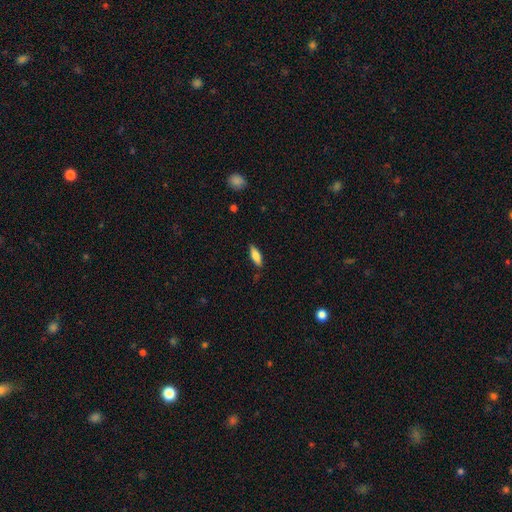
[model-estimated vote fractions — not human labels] Morphology: type=smooth (68%); roundness=in between (55%); merging=none (86%).